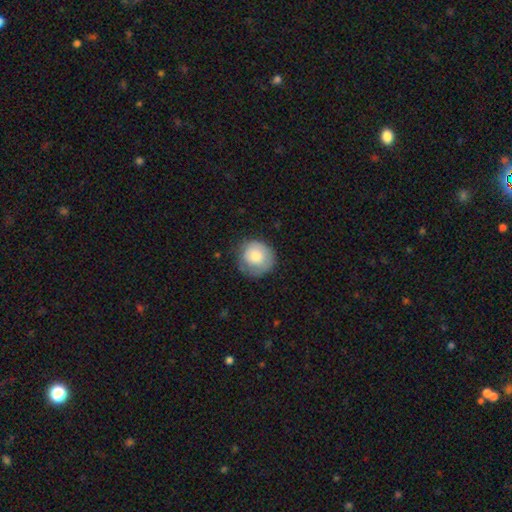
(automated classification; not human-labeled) smooth_or_featured: smooth (p=0.75) [alt: featured or disk p=0.19]
how_rounded: round (p=0.90) [alt: in between p=0.09]
merging: none (p=0.70) [alt: minor disturbance p=0.21]